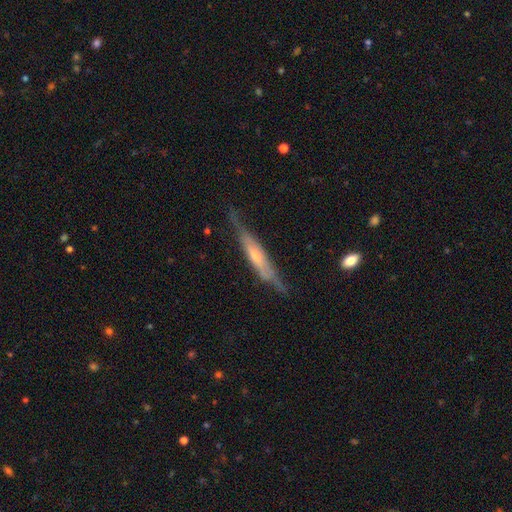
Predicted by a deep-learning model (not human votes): smooth-or-featured: featured or disk: 64% | smooth: 30% | star or artifact: 6%
  disk-edge-on: yes: 78% | no: 22%
  merging: none: 59% | minor disturbance: 28% | major disturbance: 11% | merger: 2%